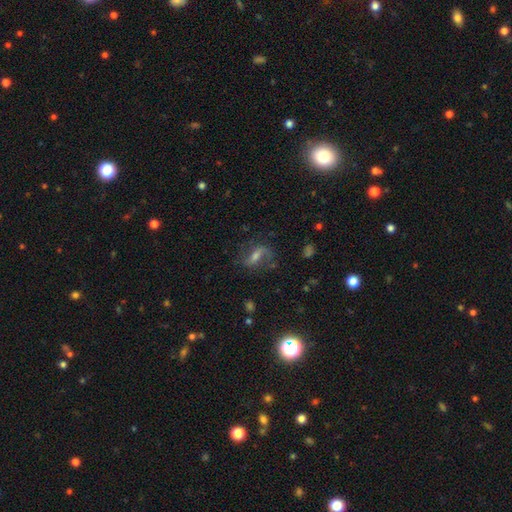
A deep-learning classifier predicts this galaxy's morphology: This is likely a featured or disk galaxy (63%). It is clearly not viewed edge-on (91%). Bar: marginally weak (42%). Spiral arm pattern: clearly yes (85%). Central bulge: possibly moderate (46%). Merging: likely none (63%).